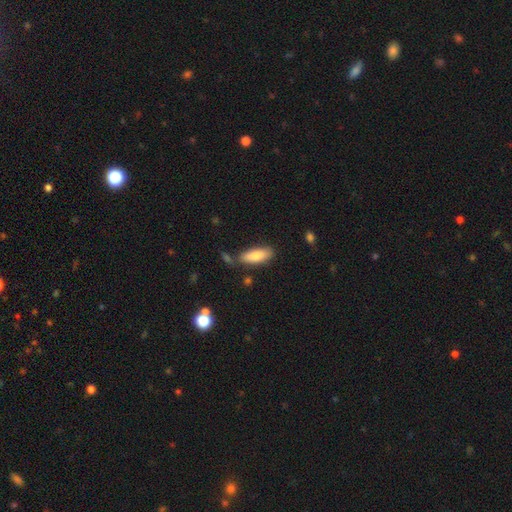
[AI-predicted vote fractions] Smooth or featured?
  - smooth: 82% *
  - featured or disk: 12%
  - star or artifact: 6%
How rounded?
  - in between: 66% *
  - cigar-shaped: 32%
  - round: 2%
Merging?
  - none: 73% *
  - minor disturbance: 17%
  - merger: 7%
  - major disturbance: 4%